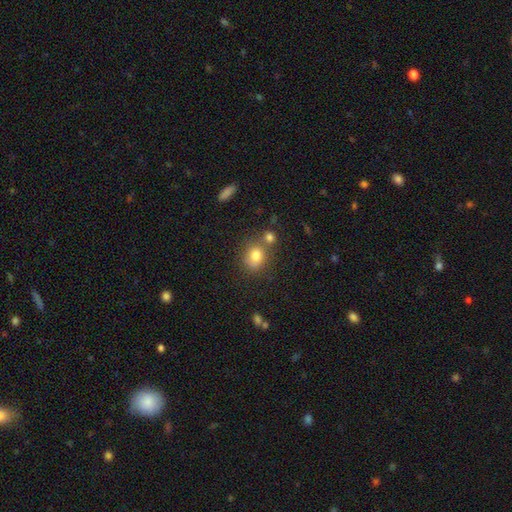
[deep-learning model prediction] Overall: smooth (81%). How rounded: round (61%; in between 38%). Merging: none (57%; merger 24%).